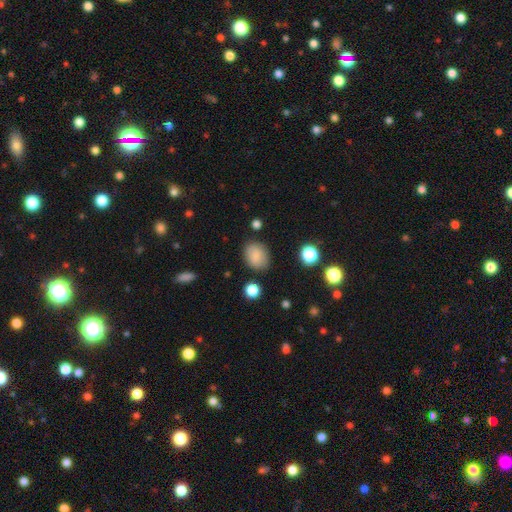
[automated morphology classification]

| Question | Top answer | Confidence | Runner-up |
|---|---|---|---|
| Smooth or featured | smooth | 84% | star or artifact (9%) |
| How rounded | in between | 61% | round (38%) |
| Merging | none | 80% | minor disturbance (14%) |